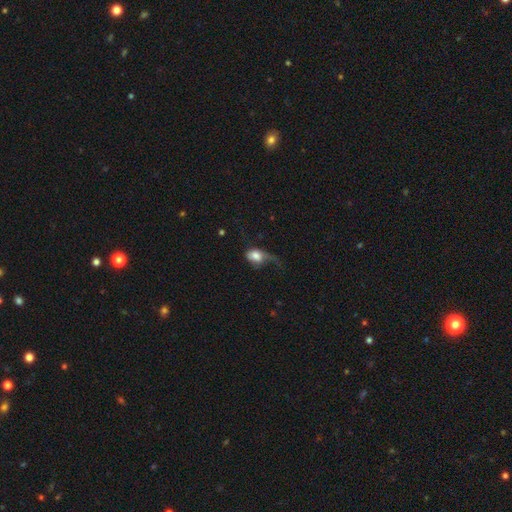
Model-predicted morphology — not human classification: This appears to be a smooth galaxy with no disk features (67%) that is in between round and cigar-shaped (67%). Merging: major disturbance (53%).